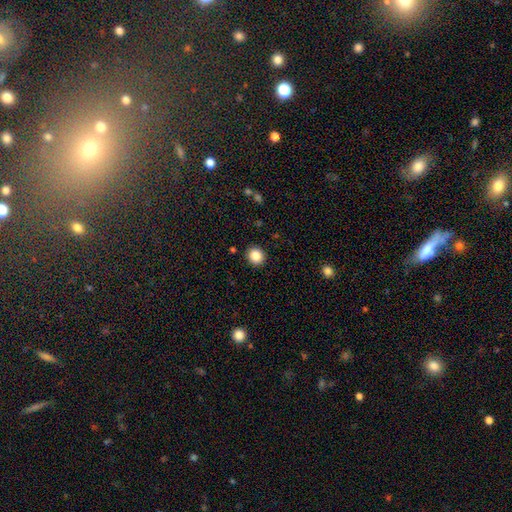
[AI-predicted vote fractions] smooth-or-featured: smooth: 86% | star or artifact: 10% | featured or disk: 4%
  how-rounded: round: 86% | in between: 13% | cigar-shaped: 1%
  merging: none: 91% | minor disturbance: 6% | major disturbance: 2% | merger: 1%